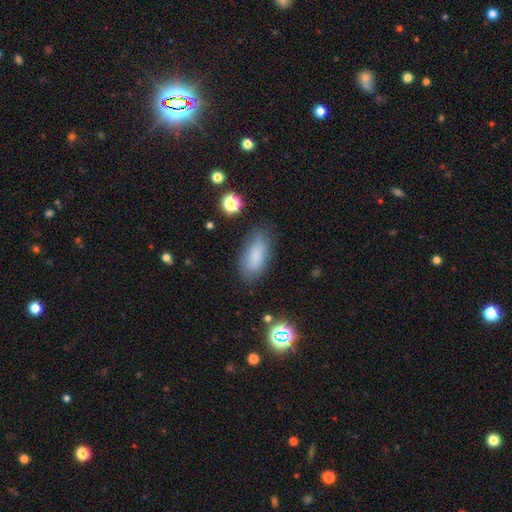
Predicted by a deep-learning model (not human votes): Smooth or featured?
  - smooth: 82% *
  - star or artifact: 10%
  - featured or disk: 9%
How rounded?
  - in between: 86% *
  - cigar-shaped: 11%
  - round: 3%
Merging?
  - none: 78% *
  - minor disturbance: 15%
  - major disturbance: 4%
  - merger: 2%